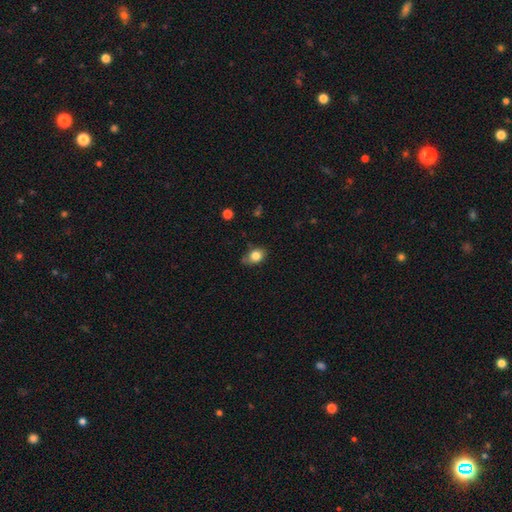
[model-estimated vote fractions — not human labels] A smooth galaxy with no disk features (82%) that is in between round and cigar-shaped (66%).

Vote fractions:
- Smooth or featured? smooth: 82% / star or artifact: 9% / featured or disk: 9%
- How rounded? in between: 66% / round: 33% / cigar-shaped: 2%
- Merging? none: 63% / minor disturbance: 29% / major disturbance: 5% / merger: 3%